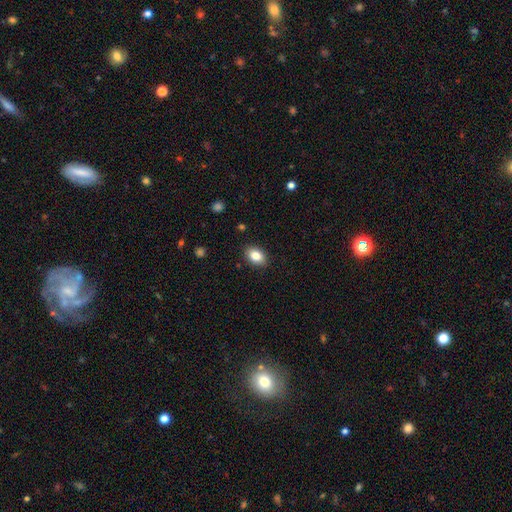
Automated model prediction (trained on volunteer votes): Morphology: type=smooth (84%); roundness=in between (83%); merging=none (89%).